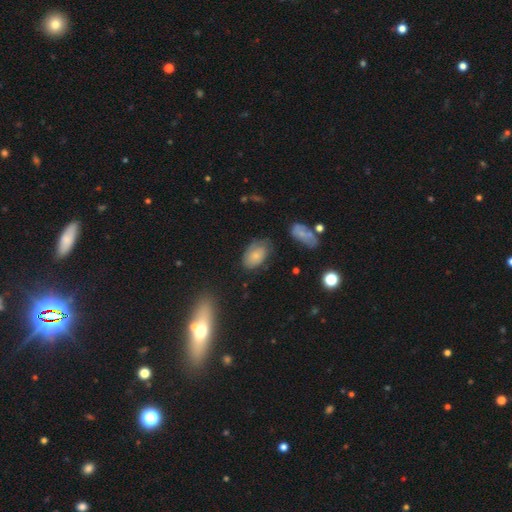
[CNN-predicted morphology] This appears to be a smooth galaxy with no disk features (68%) that is in between round and cigar-shaped (90%). Merging: none (61%).